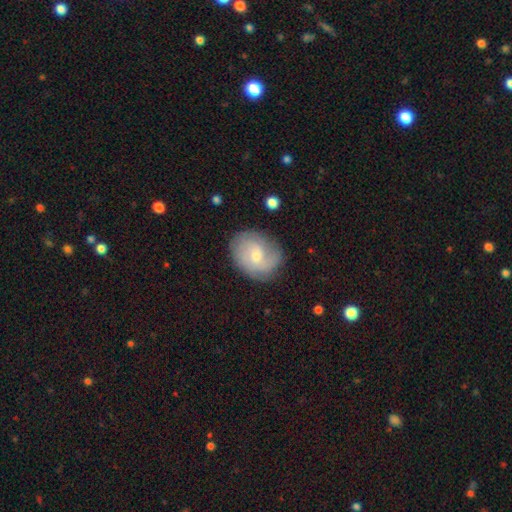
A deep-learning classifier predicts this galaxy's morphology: featured or disk 57%, smooth 35%, star or artifact 8%. Down the decision tree: edge-on disk — no (97%); bar — no (59%); spiral arms — yes (86%); bulge size — small (55%); merging — none (75%).